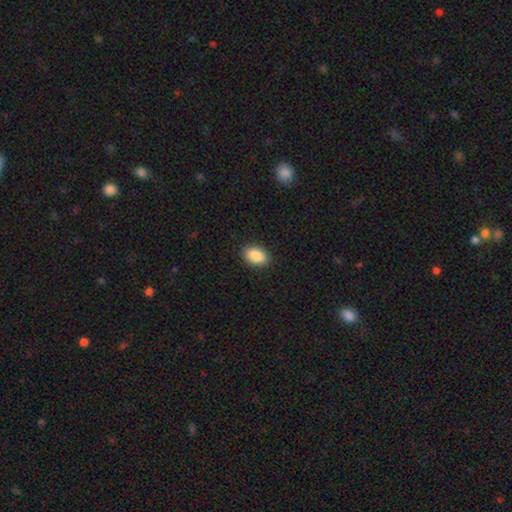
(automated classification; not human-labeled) smooth-or-featured: smooth: 89% | star or artifact: 7% | featured or disk: 4%
  how-rounded: in between: 89% | round: 9% | cigar-shaped: 2%
  merging: none: 90% | minor disturbance: 7% | major disturbance: 2% | merger: 1%